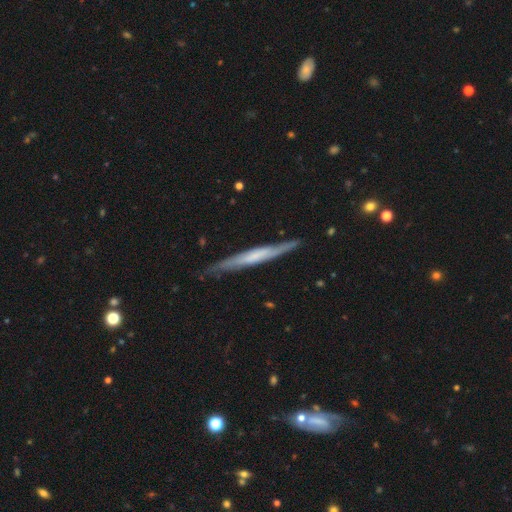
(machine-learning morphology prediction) This appears to be a featured or disk galaxy (58%) viewed edge-on (93%) with no central bulge (58%). Merging: none (81%).